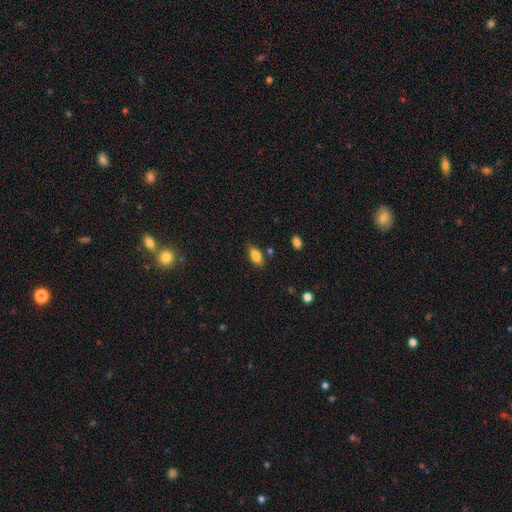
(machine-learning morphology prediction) Smooth or featured? smooth (83%)
How rounded? in between (87%)
Merging? none (79%)